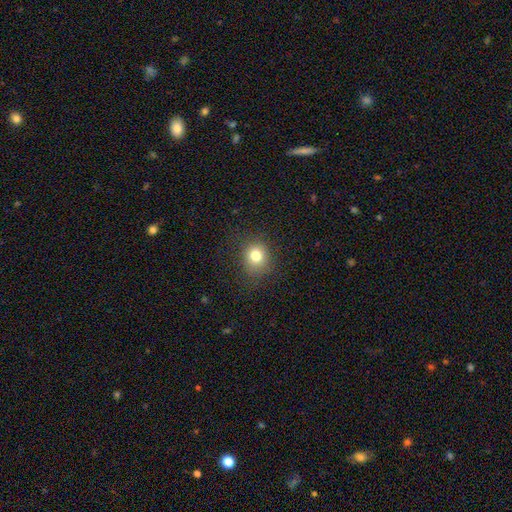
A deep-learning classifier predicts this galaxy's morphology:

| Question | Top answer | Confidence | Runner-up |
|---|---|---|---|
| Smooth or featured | smooth | 79% | star or artifact (13%) |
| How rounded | round | 78% | in between (21%) |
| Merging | none | 84% | minor disturbance (11%) |